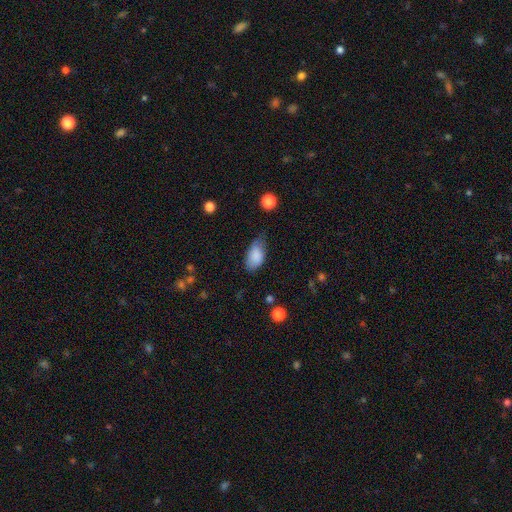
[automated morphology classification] This appears to be a smooth galaxy with no disk features (85%) that is in between round and cigar-shaped (93%). Merging: none (50%).